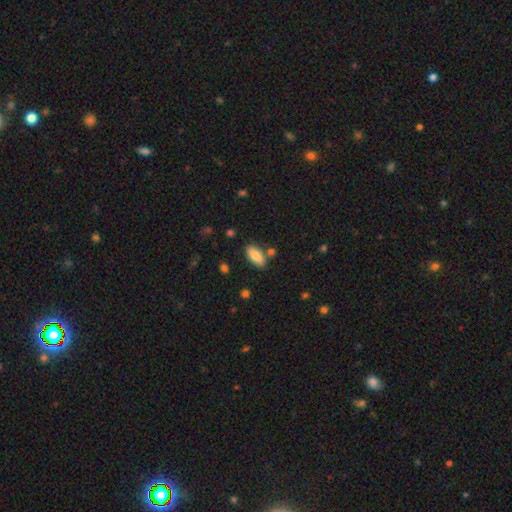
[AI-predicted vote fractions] This appears to be a smooth galaxy with no disk features (82%) that is in between round and cigar-shaped (84%). Merging: none (78%).